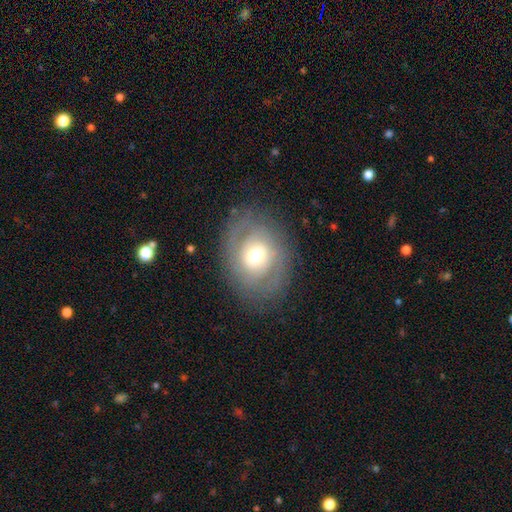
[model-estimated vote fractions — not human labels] Smooth or featured? Predicted: featured or disk (p=0.62). Edge-on disk? Predicted: no (p=0.95). Bar? Predicted: no (p=0.61). Spiral arms? Predicted: yes (p=0.70). Bulge size? Predicted: moderate (p=0.63). Merging? Predicted: none (p=0.78).